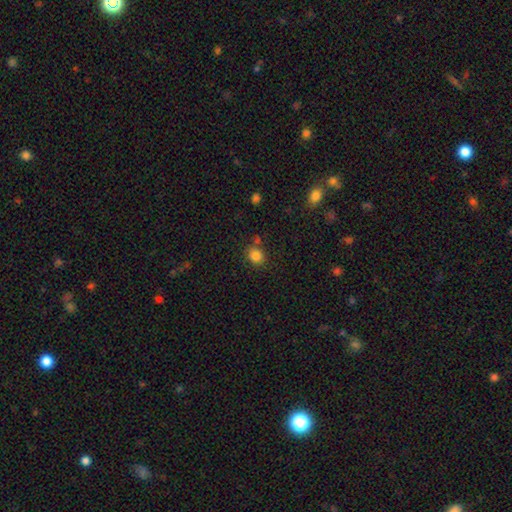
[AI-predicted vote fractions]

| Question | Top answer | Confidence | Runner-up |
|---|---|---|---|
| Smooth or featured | smooth | 83% | star or artifact (12%) |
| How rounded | round | 77% | in between (22%) |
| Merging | none | 75% | minor disturbance (12%) |